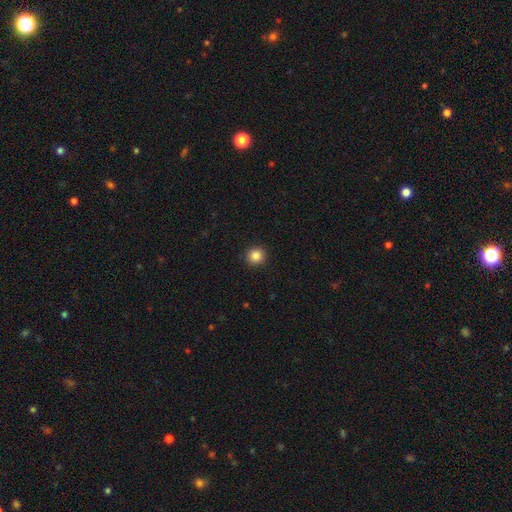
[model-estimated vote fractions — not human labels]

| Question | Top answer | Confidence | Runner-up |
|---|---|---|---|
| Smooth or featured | smooth | 85% | star or artifact (11%) |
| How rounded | round | 94% | in between (5%) |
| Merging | none | 93% | minor disturbance (5%) |